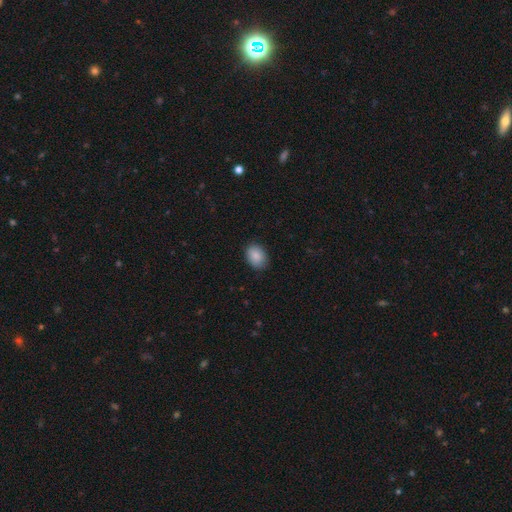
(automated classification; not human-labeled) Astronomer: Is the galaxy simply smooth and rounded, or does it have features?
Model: smooth — 88%.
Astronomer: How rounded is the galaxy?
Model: in between — 73%.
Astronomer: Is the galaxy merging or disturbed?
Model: none — 87%.